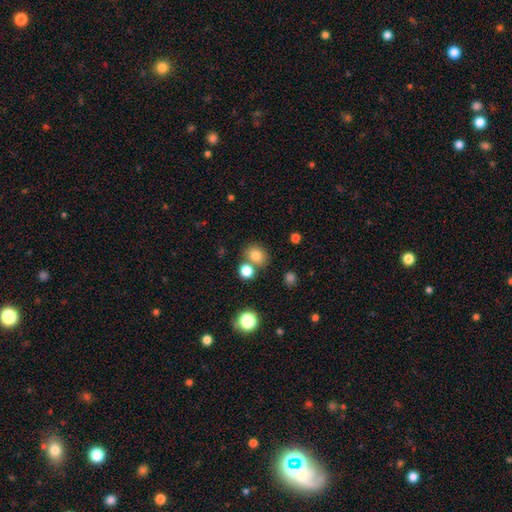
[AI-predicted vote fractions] smooth_or_featured: smooth (p=0.79) [alt: star or artifact p=0.13]
how_rounded: round (p=0.65) [alt: in between p=0.34]
merging: none (p=0.66) [alt: merger p=0.20]